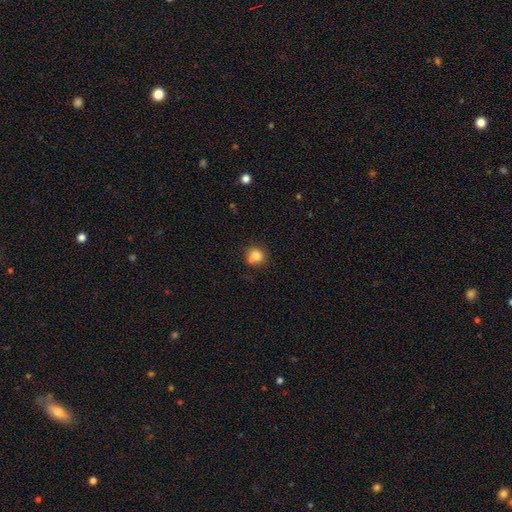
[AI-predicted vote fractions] The model was most divided on "merging": none: 57%, merger: 27%, minor disturbance: 12%, major disturbance: 4%. More confident: how rounded — round (84%); smooth or featured — smooth (79%).